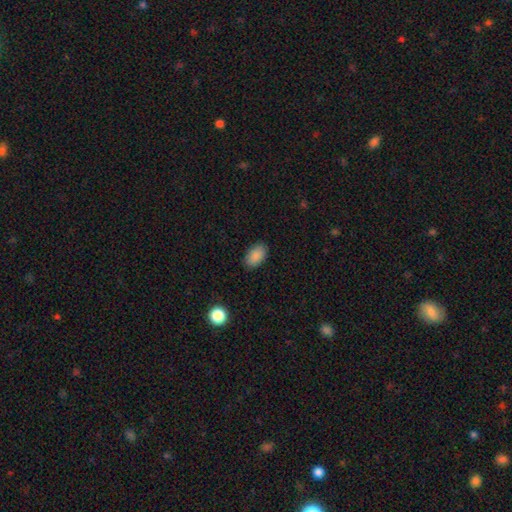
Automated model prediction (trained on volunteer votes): Q: Smooth or featured?
A: smooth (88%); runner-up: star or artifact (8%)
Q: How rounded?
A: in between (93%); runner-up: round (6%)
Q: Merging?
A: none (87%); runner-up: minor disturbance (9%)